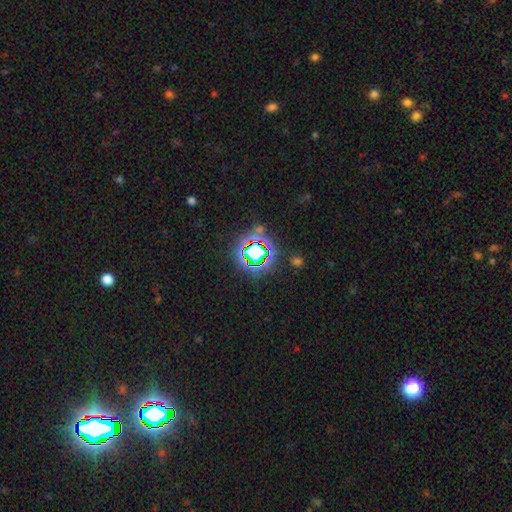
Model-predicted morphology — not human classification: smooth-or-featured: star or artifact: 72% | smooth: 18% | featured or disk: 10%